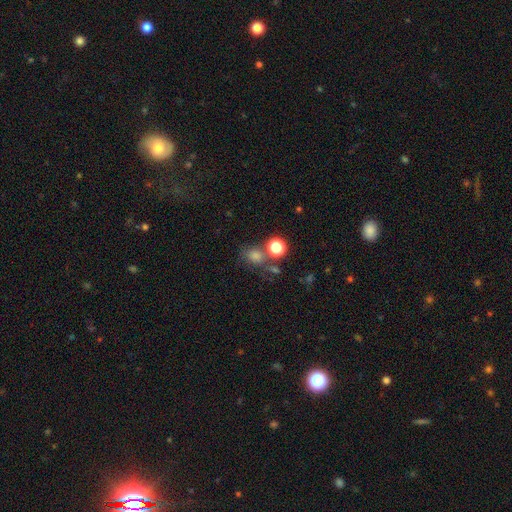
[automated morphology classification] Smooth or featured?
  - smooth: 66% *
  - star or artifact: 23%
  - featured or disk: 10%
How rounded?
  - round: 68% *
  - in between: 30%
  - cigar-shaped: 1%
Merging?
  - none: 59% *
  - merger: 20%
  - minor disturbance: 13%
  - major disturbance: 8%